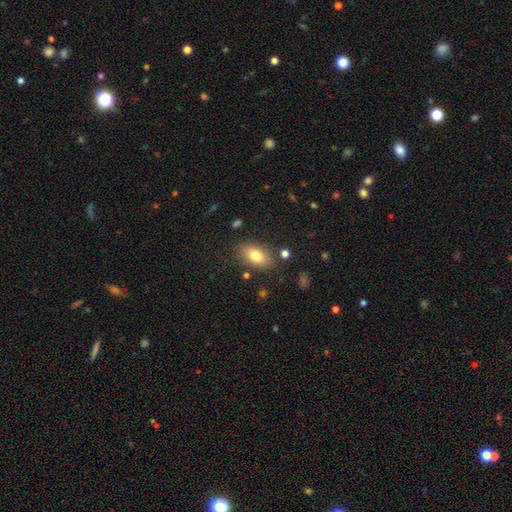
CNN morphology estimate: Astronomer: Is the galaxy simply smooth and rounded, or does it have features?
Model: smooth — 78%.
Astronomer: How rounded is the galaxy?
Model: in between — 88%.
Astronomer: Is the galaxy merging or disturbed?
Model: none — 83%.